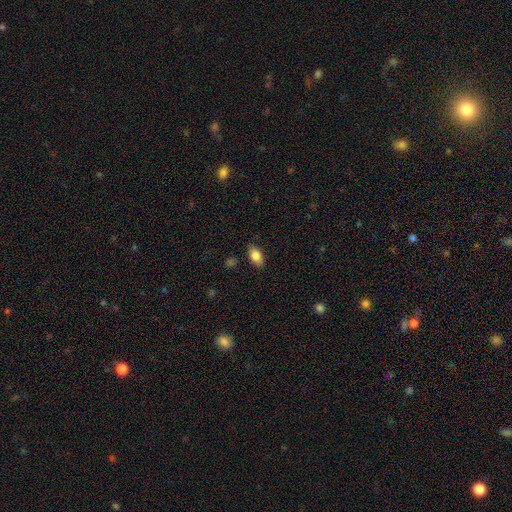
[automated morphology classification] Smooth or featured? Predicted: smooth (p=0.82). How rounded? Predicted: in between (p=0.91). Merging? Predicted: none (p=0.86).